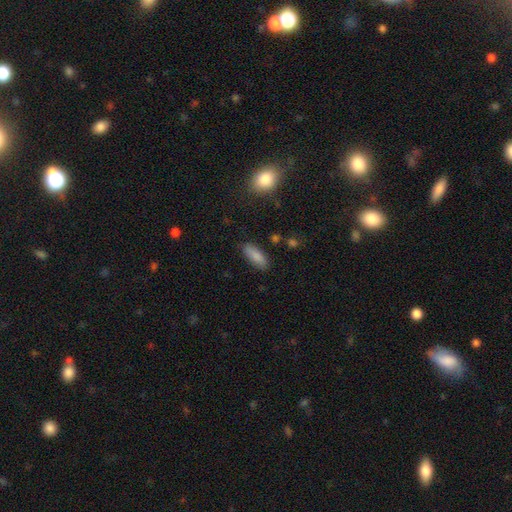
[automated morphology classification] smooth 85%, star or artifact 7%, featured or disk 7%. Down the decision tree: how rounded — in between (67%); merging — none (85%).